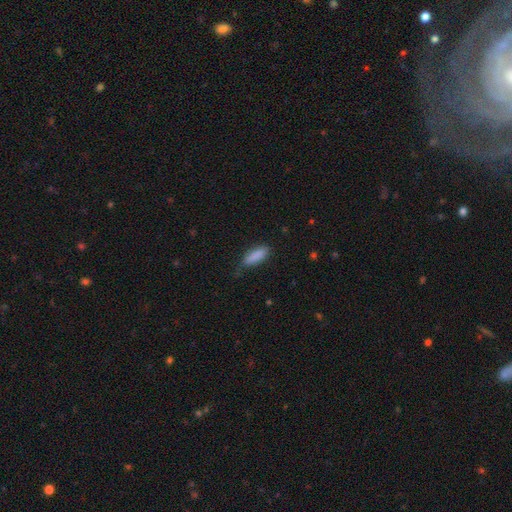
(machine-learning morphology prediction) smooth 87%, star or artifact 7%, featured or disk 6%. Down the decision tree: how rounded — in between (57%); merging — none (68%).